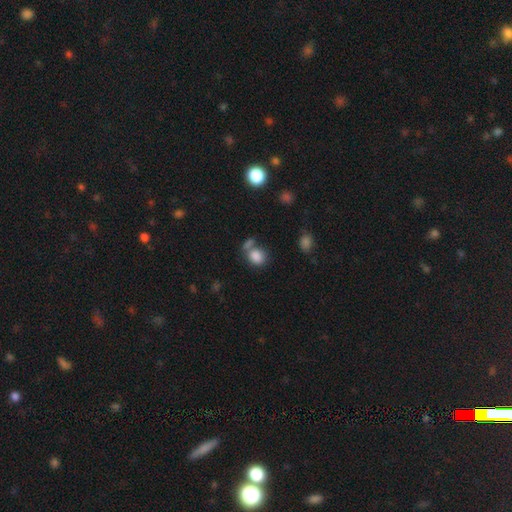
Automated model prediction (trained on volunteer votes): A smooth galaxy with no disk features (84%) that is round (62%).

Vote fractions:
- Smooth or featured? smooth: 84% / star or artifact: 10% / featured or disk: 6%
- How rounded? round: 62% / in between: 37% / cigar-shaped: 1%
- Merging? none: 51% / merger: 29% / minor disturbance: 13% / major disturbance: 7%